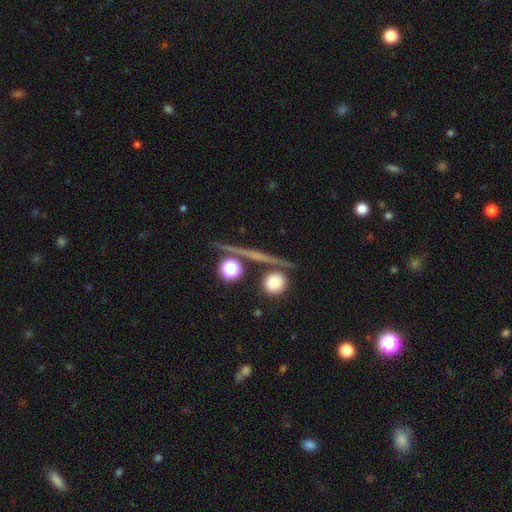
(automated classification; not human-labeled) A featured or disk galaxy (47%). Merging: none (83%).